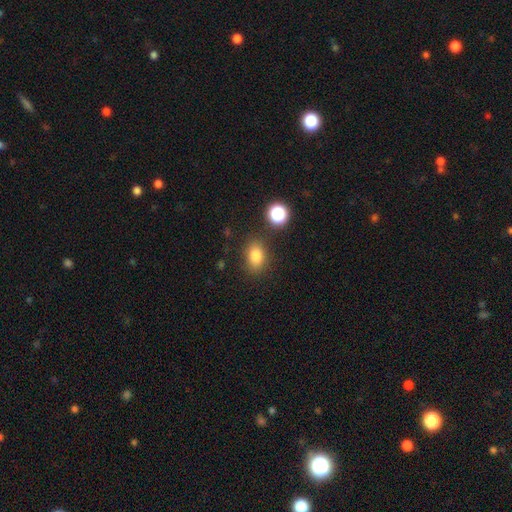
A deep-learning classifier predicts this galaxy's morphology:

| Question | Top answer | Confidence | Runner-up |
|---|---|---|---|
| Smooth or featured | smooth | 83% | star or artifact (11%) |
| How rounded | in between | 77% | round (21%) |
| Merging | none | 80% | minor disturbance (12%) |